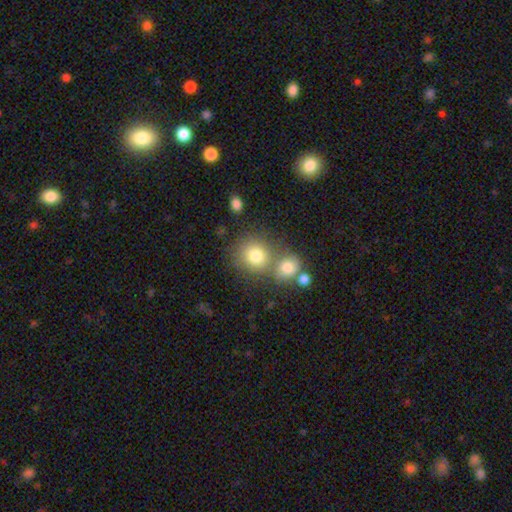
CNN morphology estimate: Q: Smooth or featured?
A: smooth (79%); runner-up: star or artifact (11%)
Q: How rounded?
A: round (84%); runner-up: in between (15%)
Q: Merging?
A: none (55%); runner-up: merger (31%)